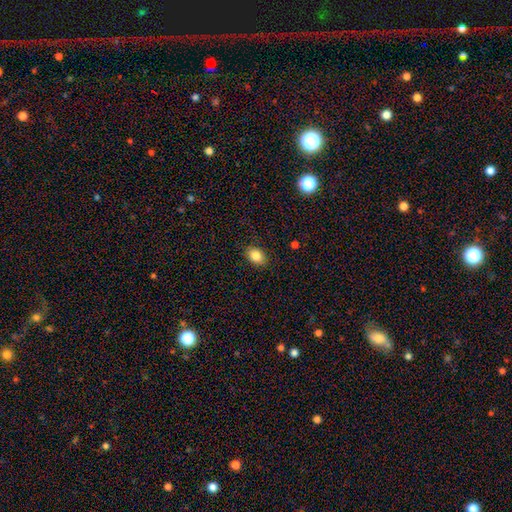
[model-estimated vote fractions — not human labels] Smooth or featured?
  - smooth: 85% *
  - star or artifact: 9%
  - featured or disk: 7%
How rounded?
  - in between: 80% *
  - round: 18%
  - cigar-shaped: 1%
Merging?
  - none: 87% *
  - minor disturbance: 9%
  - major disturbance: 2%
  - merger: 1%